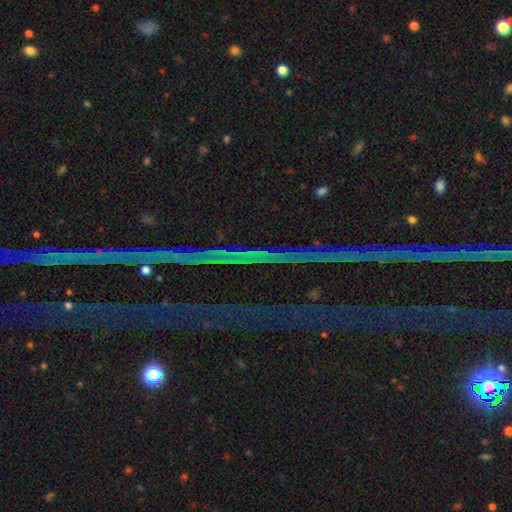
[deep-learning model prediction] Smooth or featured: star or artifact — 84% (featured or disk — 9%)